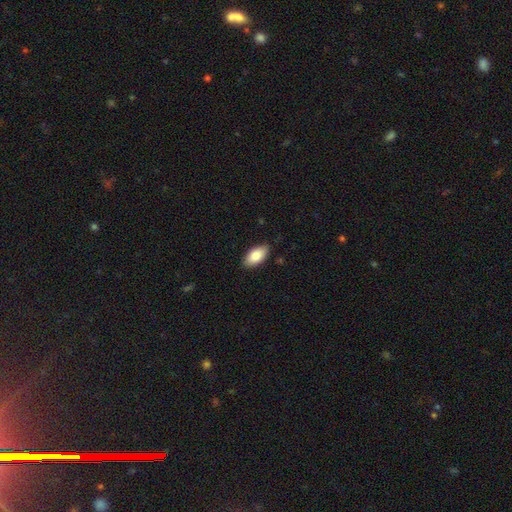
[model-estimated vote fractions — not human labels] The model was most divided on "smooth or featured": smooth: 84%, featured or disk: 10%, star or artifact: 6%. More confident: how rounded — in between (94%); merging — none (86%).